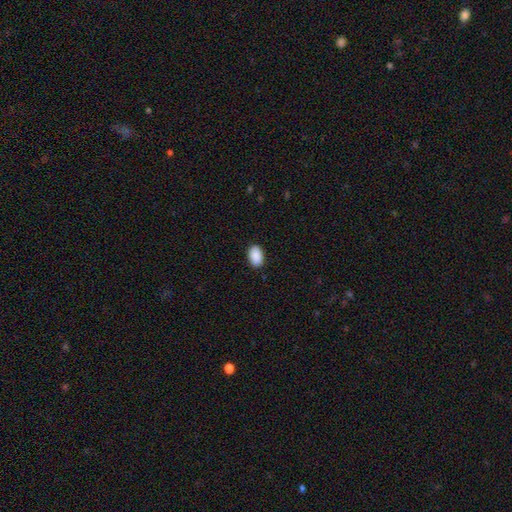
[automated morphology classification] Q: Smooth or featured?
A: smooth (91%); runner-up: star or artifact (6%)
Q: How rounded?
A: in between (92%); runner-up: round (7%)
Q: Merging?
A: none (89%); runner-up: minor disturbance (8%)